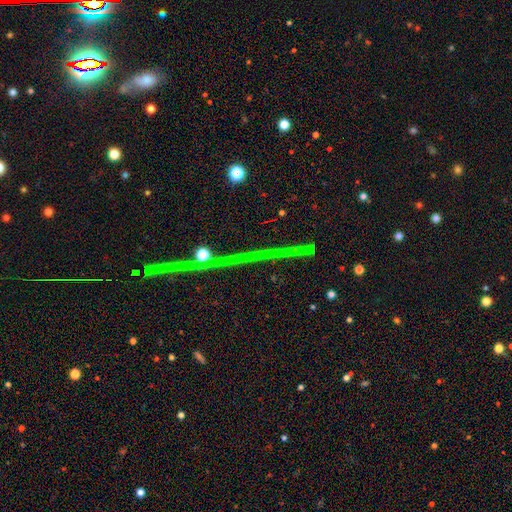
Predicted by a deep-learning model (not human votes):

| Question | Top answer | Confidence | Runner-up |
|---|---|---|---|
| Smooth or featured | star or artifact | 78% | featured or disk (13%) |